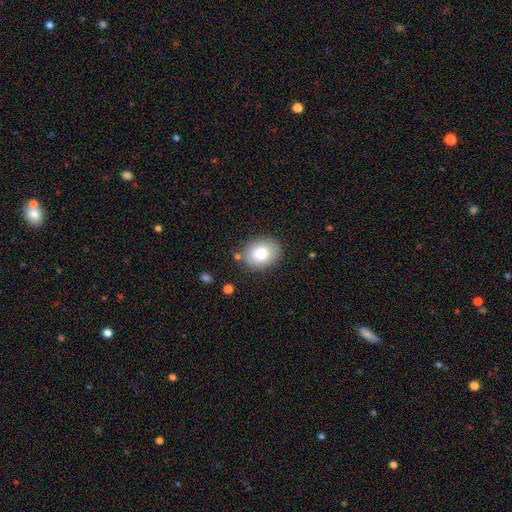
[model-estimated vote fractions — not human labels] Smooth or featured: smooth — 78% (featured or disk — 13%)
How rounded: in between — 54% (round — 45%)
Merging: none — 84% (minor disturbance — 11%)